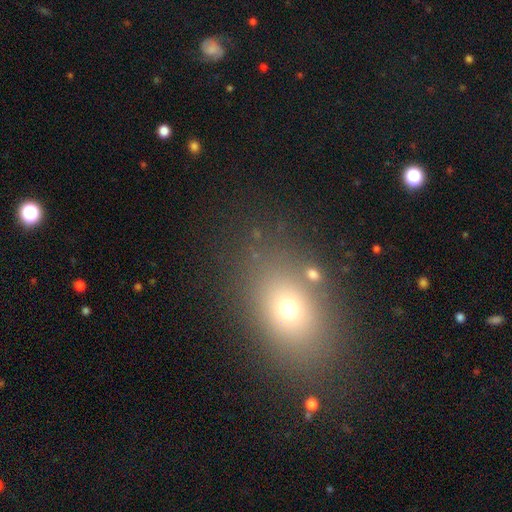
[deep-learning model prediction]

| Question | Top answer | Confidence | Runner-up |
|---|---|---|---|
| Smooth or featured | smooth | 64% | star or artifact (23%) |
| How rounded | in between | 67% | round (31%) |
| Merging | none | 83% | minor disturbance (9%) |